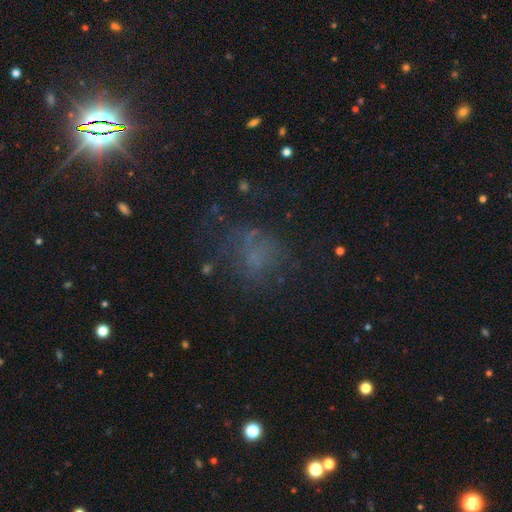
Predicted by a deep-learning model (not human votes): Overall: smooth (42%; star or artifact 31%). Merging: none (53%; major disturbance 25%).